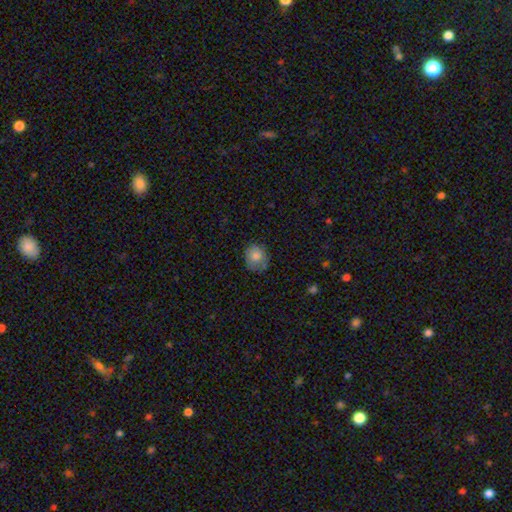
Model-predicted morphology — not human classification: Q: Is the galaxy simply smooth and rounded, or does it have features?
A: smooth — 78%.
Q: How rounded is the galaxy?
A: round — 68%.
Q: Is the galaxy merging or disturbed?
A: none — 67%.